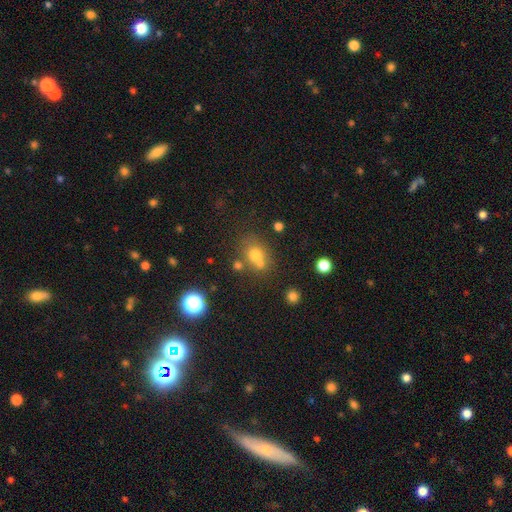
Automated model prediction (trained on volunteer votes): A smooth galaxy with no disk features (67%) that is round (65%).

Vote fractions:
- Smooth or featured? smooth: 67% / star or artifact: 19% / featured or disk: 15%
- How rounded? round: 65% / in between: 33% / cigar-shaped: 1%
- Merging? none: 49% / merger: 35% / minor disturbance: 11% / major disturbance: 5%